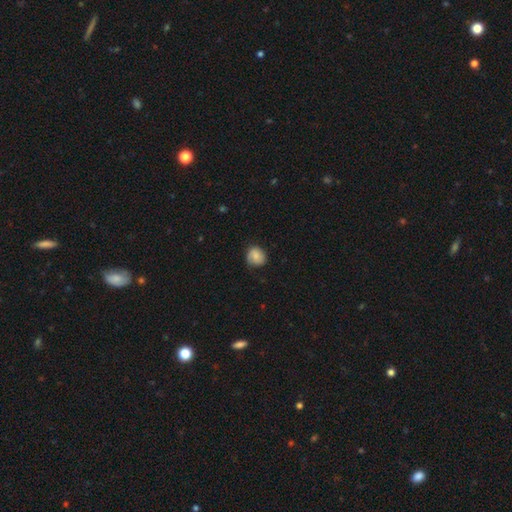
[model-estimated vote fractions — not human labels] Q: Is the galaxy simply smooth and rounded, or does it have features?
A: smooth — 70%.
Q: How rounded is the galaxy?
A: round — 77%.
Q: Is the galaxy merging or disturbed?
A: none — 72%.